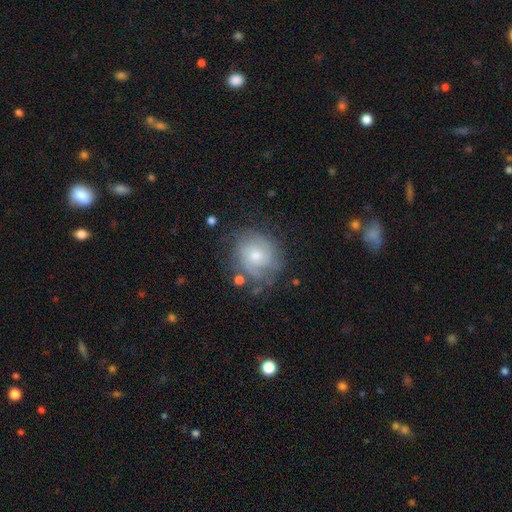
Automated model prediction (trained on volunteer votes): Smooth or featured: featured or disk — 68% (smooth — 25%)
Edge-on disk: no — 98% (yes — 2%)
Bar: no — 73% (weak — 24%)
Spiral arms: yes — 88% (no — 12%)
Spiral winding: tight — 59% (medium — 32%)
Spiral arm count: can't tell — 38% (2 — 31%)
Bulge size: moderate — 52% (small — 40%)
Merging: none — 68% (minor disturbance — 20%)